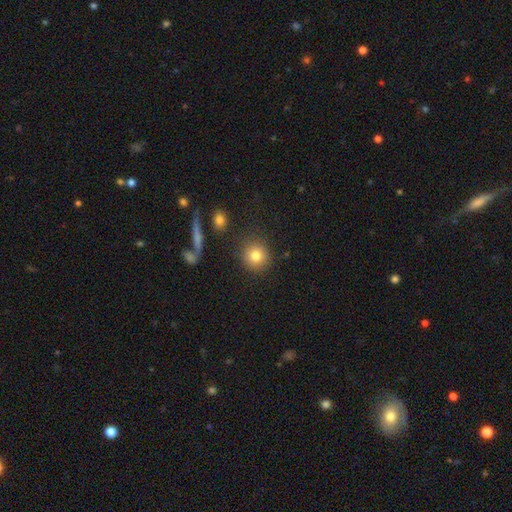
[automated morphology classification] A smooth galaxy with no disk features (81%) that is round (91%).

Vote fractions:
- Smooth or featured? smooth: 81% / star or artifact: 11% / featured or disk: 9%
- How rounded? round: 91% / in between: 8% / cigar-shaped: 1%
- Merging? none: 86% / minor disturbance: 8% / merger: 3% / major disturbance: 3%